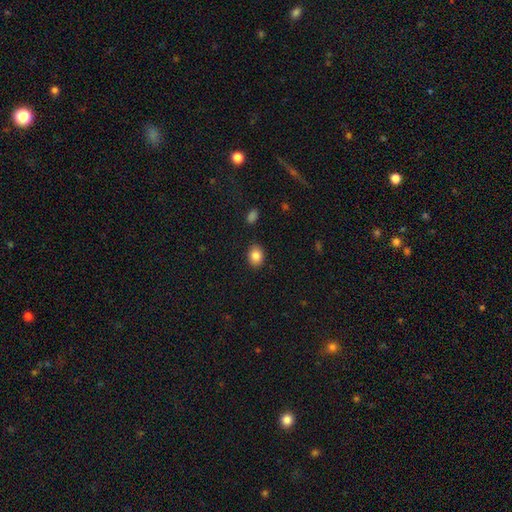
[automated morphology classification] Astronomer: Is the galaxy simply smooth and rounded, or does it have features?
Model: smooth — 85%.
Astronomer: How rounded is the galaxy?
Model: in between — 56% (runner-up: round, 43%).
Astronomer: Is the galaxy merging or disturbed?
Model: none — 86%.